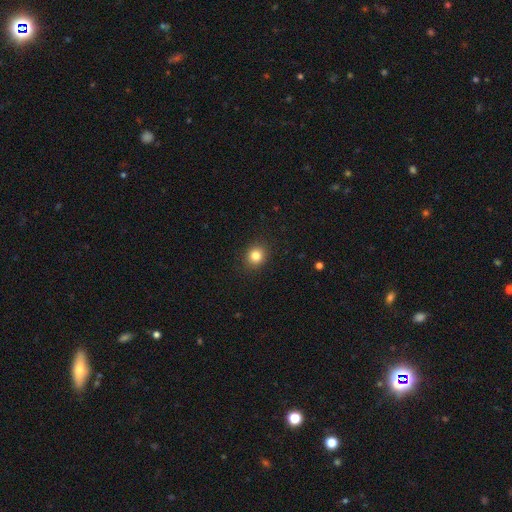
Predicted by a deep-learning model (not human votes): Smooth or featured: smooth — 83% (star or artifact — 11%)
How rounded: round — 79% (in between — 20%)
Merging: none — 90% (minor disturbance — 7%)